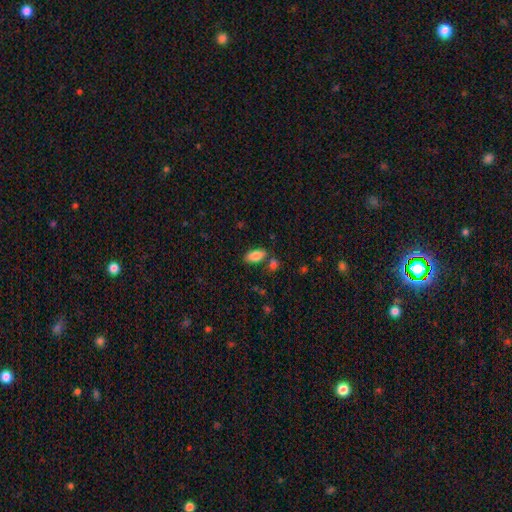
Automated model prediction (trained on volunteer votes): Smooth or featured? Predicted: smooth (p=0.83). How rounded? Predicted: in between (p=0.90). Merging? Predicted: none (p=0.74).